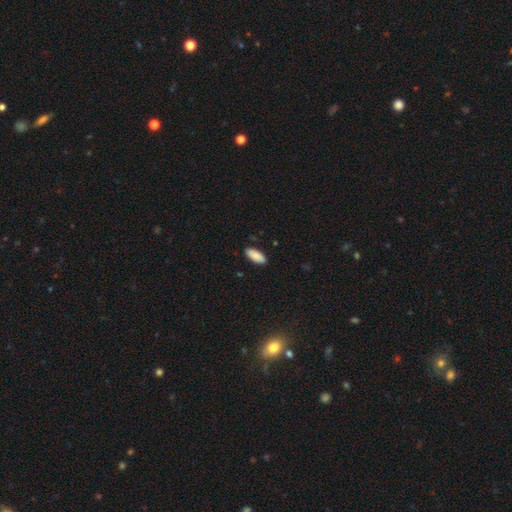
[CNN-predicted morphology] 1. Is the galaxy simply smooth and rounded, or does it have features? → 89% smooth, 6% star or artifact, 5% featured or disk.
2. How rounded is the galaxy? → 85% in between, 13% cigar-shaped, 2% round.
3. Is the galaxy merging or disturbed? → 88% none, 9% minor disturbance, 2% major disturbance, 1% merger.